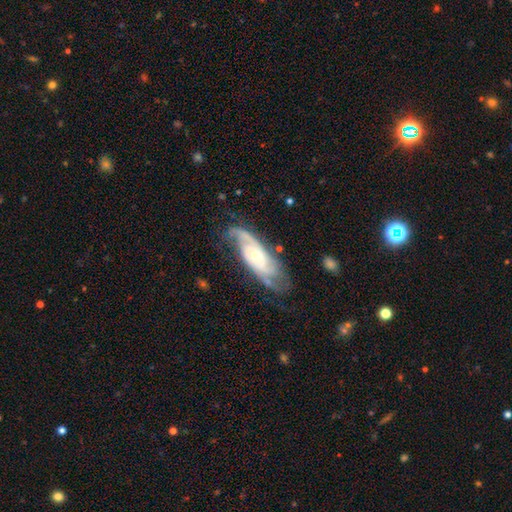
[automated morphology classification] A featured or disk galaxy (85%) with no bar (67%), 2 (52%) tight (47%) spiral arms (96%) and a small central bulge (57%).

Vote fractions:
- Smooth or featured? featured or disk: 85% / smooth: 10% / star or artifact: 5%
- Edge-on disk? no: 91% / yes: 9%
- Bar? no: 67% / weak: 26% / strong: 7%
- Spiral arms? yes: 96% / no: 4%
- Spiral winding? tight: 47% / medium: 39% / loose: 14%
- Spiral arm count? 2: 52% / can't tell: 21% / 3: 15% / 1: 5% / 4: 4% / more than 4: 3%
- Bulge size? small: 57% / moderate: 38% / large: 3% / none: 2% / dominant: 1%
- Merging? none: 67% / minor disturbance: 21% / major disturbance: 10% / merger: 2%